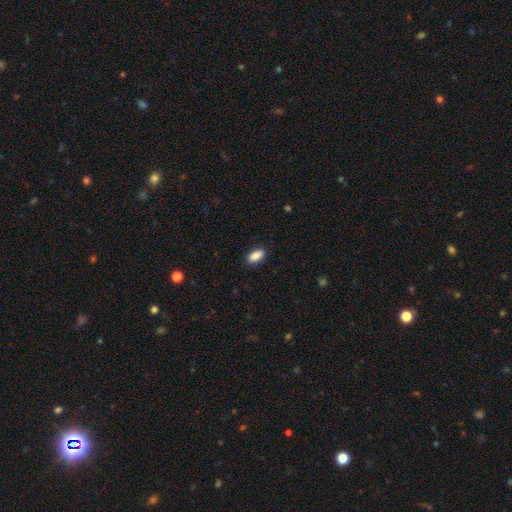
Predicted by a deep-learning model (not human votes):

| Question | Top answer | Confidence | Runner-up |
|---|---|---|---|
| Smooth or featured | smooth | 88% | star or artifact (7%) |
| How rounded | in between | 90% | cigar-shaped (7%) |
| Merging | none | 87% | minor disturbance (10%) |